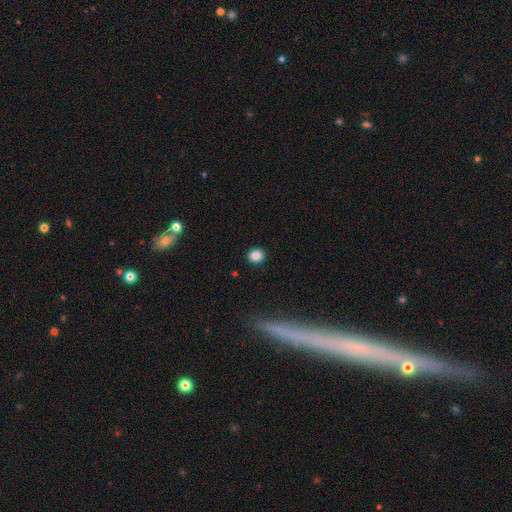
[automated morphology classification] This is clearly a smooth galaxy (85%). How rounded: clearly round (87%). Merging: clearly none (92%).